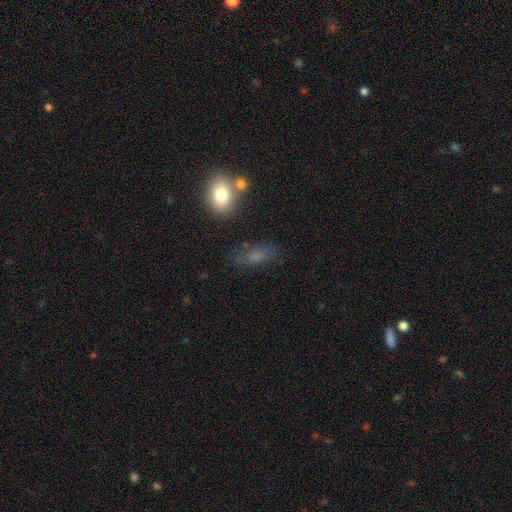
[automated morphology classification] This appears to be a smooth galaxy with no disk features (66%) that is in between round and cigar-shaped (77%). Merging: none (65%).